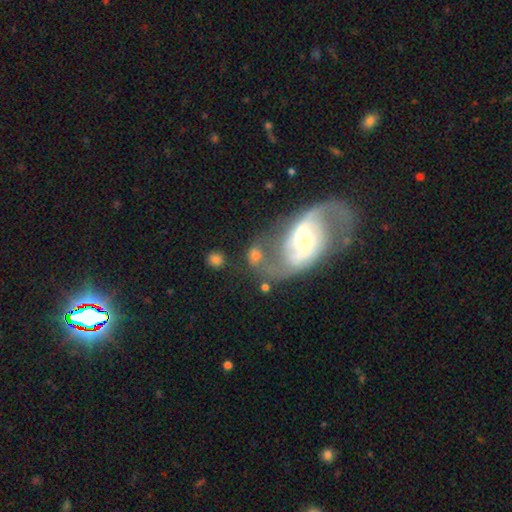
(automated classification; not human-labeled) featured or disk 55%, smooth 35%, star or artifact 10%. Down the decision tree: edge-on disk — no (93%); bar — no (45%); spiral arms — yes (74%); bulge size — moderate (47%); merging — none (40%).